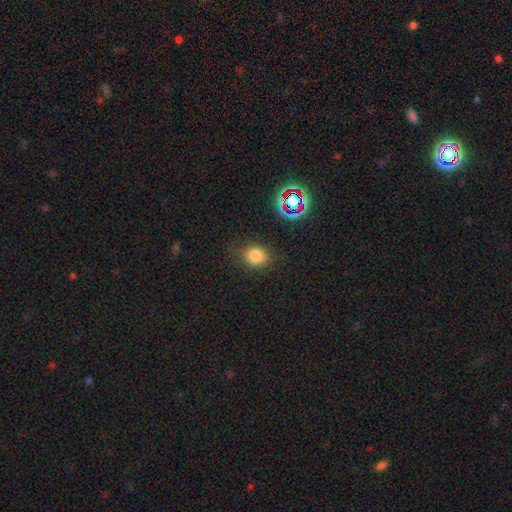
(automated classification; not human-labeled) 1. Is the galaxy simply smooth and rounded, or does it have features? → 79% smooth, 14% star or artifact, 6% featured or disk.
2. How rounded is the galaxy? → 64% round, 35% in between, 1% cigar-shaped.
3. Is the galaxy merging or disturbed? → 81% none, 12% minor disturbance, 4% major disturbance, 2% merger.